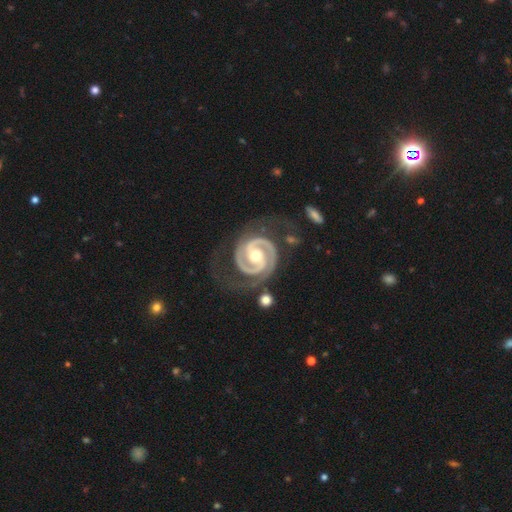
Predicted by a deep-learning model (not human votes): The model was most divided on "bar": no: 35%, weak: 34%, strong: 30%. More confident: spiral arms — yes (99%); edge-on disk — no (98%); smooth or featured — featured or disk (94%); spiral arm count — 2 (93%); bulge size — moderate (70%); merging — none (68%); spiral winding — tight (65%).